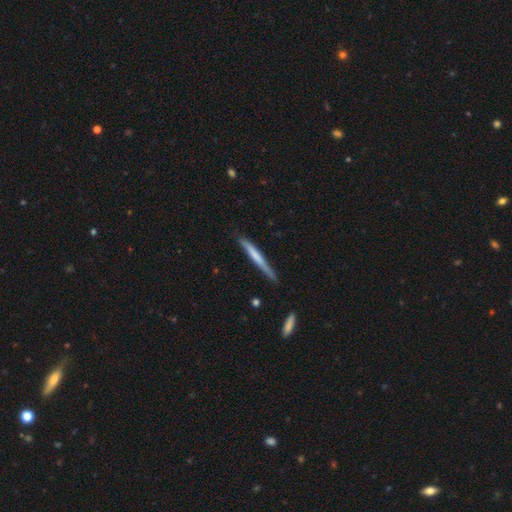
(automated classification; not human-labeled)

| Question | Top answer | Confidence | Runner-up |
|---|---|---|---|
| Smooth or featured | smooth | 55% | featured or disk (40%) |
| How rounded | cigar-shaped | 96% | in between (2%) |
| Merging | none | 77% | minor disturbance (18%) |